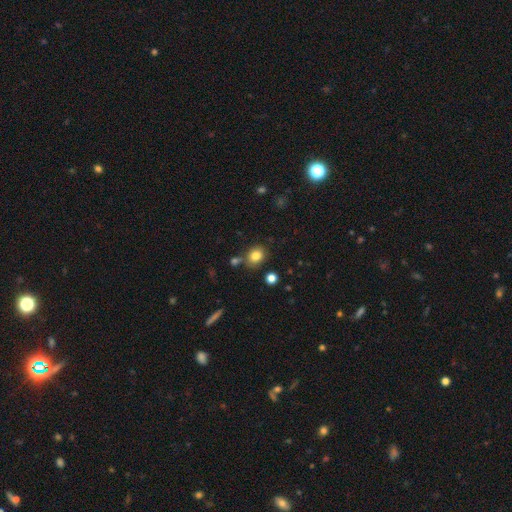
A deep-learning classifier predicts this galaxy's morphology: Smooth or featured: smooth — 82% (star or artifact — 11%)
How rounded: round — 65% (in between — 34%)
Merging: none — 75% (minor disturbance — 11%)